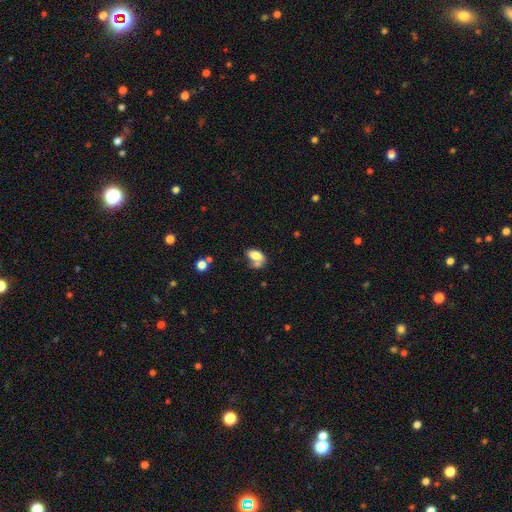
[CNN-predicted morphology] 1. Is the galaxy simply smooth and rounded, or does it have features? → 76% smooth, 15% featured or disk, 9% star or artifact.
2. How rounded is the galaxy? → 89% in between, 8% round, 3% cigar-shaped.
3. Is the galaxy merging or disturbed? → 34% none, 33% merger, 20% minor disturbance, 13% major disturbance.